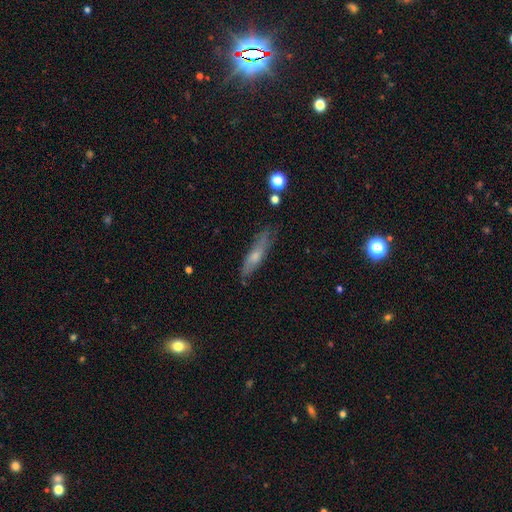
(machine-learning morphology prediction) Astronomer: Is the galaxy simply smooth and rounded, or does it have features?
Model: featured or disk — 47% (runner-up: smooth, 43%).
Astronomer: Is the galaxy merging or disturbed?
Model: none — 79%.